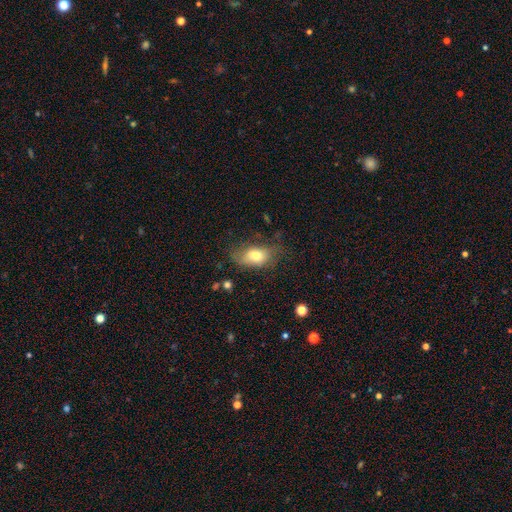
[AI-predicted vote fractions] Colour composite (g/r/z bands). It shows a smooth galaxy with no disk features (72%) that is in between round and cigar-shaped (84%). Merging: none (56%).